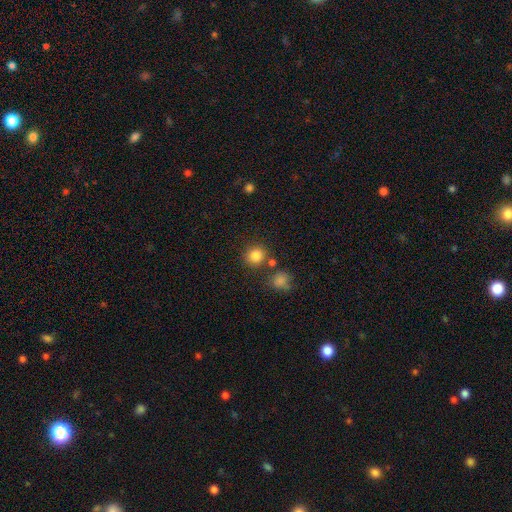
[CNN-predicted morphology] This is clearly a smooth galaxy (83%). How rounded: clearly round (88%). Merging: likely none (78%).